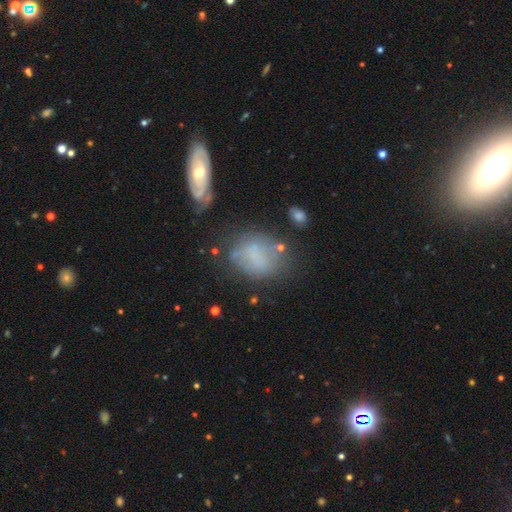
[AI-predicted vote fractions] A smooth galaxy with no disk features (56%) that is in between round and cigar-shaped (65%).

Vote fractions:
- Smooth or featured? smooth: 56% / featured or disk: 32% / star or artifact: 13%
- How rounded? in between: 65% / round: 33% / cigar-shaped: 2%
- Merging? none: 51% / minor disturbance: 26% / major disturbance: 15% / merger: 9%